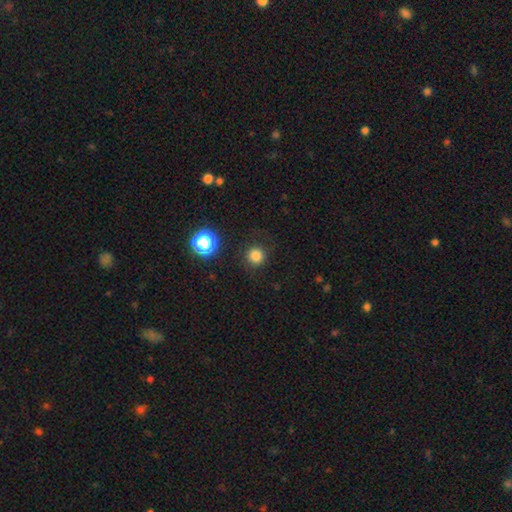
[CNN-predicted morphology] Smooth or featured: smooth — 80% (star or artifact — 15%)
How rounded: round — 94% (in between — 5%)
Merging: none — 87% (minor disturbance — 7%)